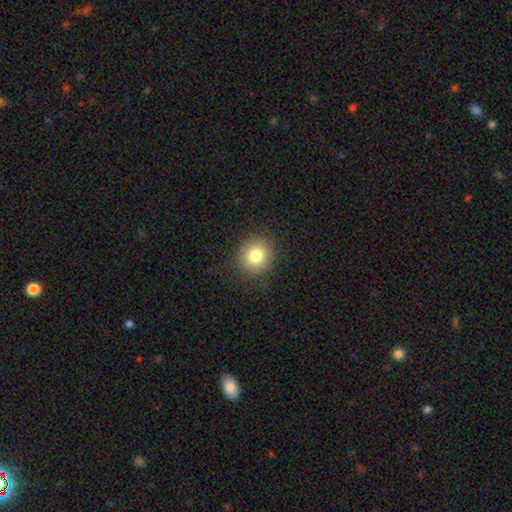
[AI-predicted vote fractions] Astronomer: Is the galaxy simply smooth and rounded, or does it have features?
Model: smooth — 81%.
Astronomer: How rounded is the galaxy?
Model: round — 87%.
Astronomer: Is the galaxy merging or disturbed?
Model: none — 89%.